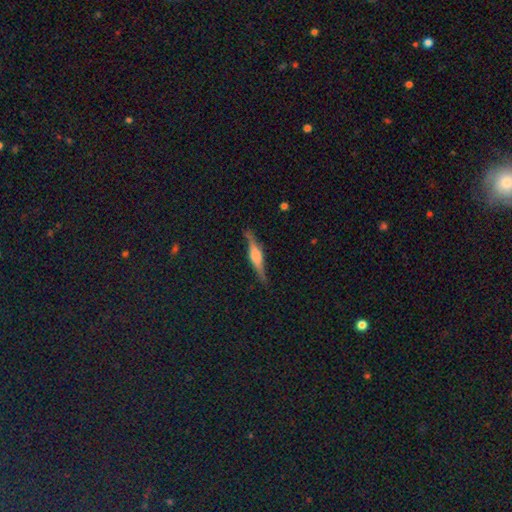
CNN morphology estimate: A featured or disk galaxy (74%) viewed edge-on (97%) with a rounded central bulge (68%). Merging: none (84%).